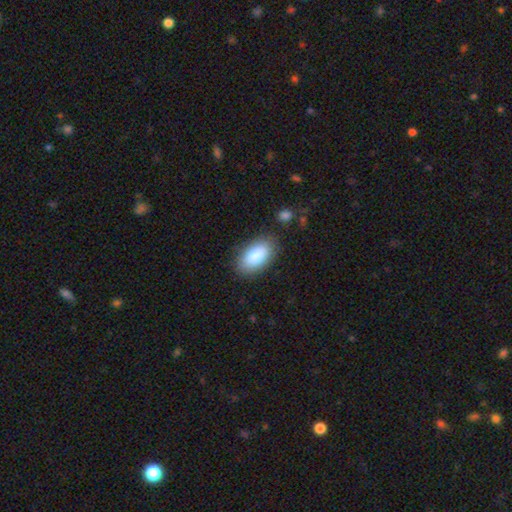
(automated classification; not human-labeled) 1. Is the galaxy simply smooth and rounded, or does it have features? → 83% smooth, 10% featured or disk, 6% star or artifact.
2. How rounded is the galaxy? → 94% in between, 4% round, 2% cigar-shaped.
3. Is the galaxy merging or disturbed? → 84% none, 11% minor disturbance, 3% major disturbance, 2% merger.